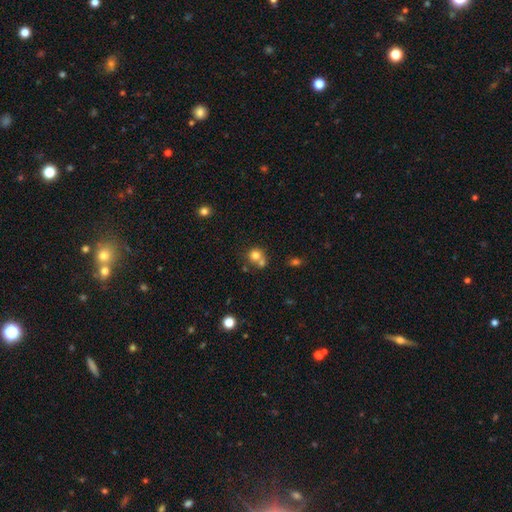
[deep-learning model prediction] This is likely a smooth galaxy (75%). How rounded: clearly round (84%). Merging: marginally merger (44%).